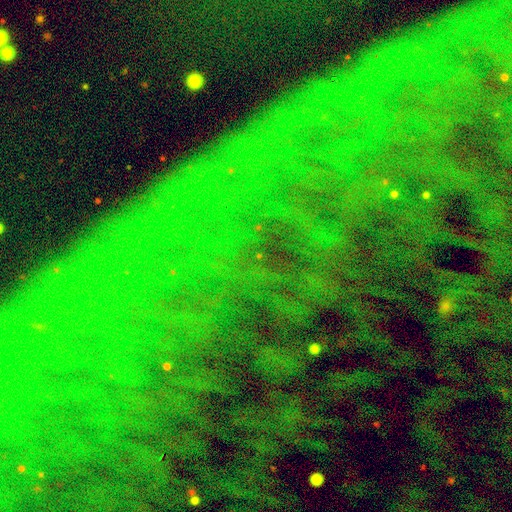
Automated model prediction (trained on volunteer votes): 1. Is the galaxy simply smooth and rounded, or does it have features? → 83% star or artifact, 9% featured or disk, 8% smooth.